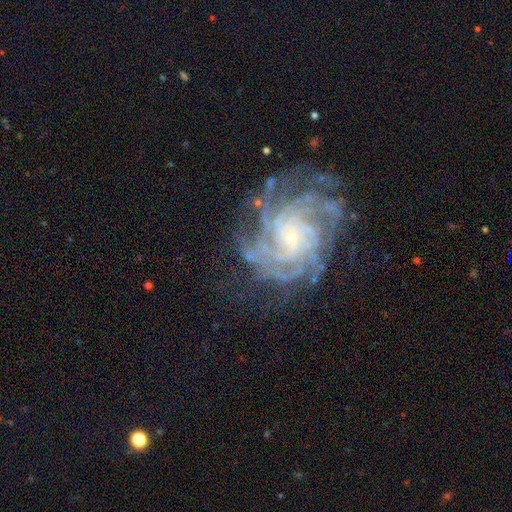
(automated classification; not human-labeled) Q: Smooth or featured?
A: featured or disk (89%); runner-up: star or artifact (7%)
Q: Edge-on disk?
A: no (97%); runner-up: yes (3%)
Q: Bar?
A: no (70%); runner-up: weak (22%)
Q: Spiral arms?
A: yes (98%); runner-up: no (2%)
Q: Spiral winding?
A: tight (71%); runner-up: medium (25%)
Q: Spiral arm count?
A: more than 4 (37%); runner-up: 4 (25%)
Q: Bulge size?
A: small (86%); runner-up: moderate (9%)
Q: Merging?
A: none (67%); runner-up: minor disturbance (18%)